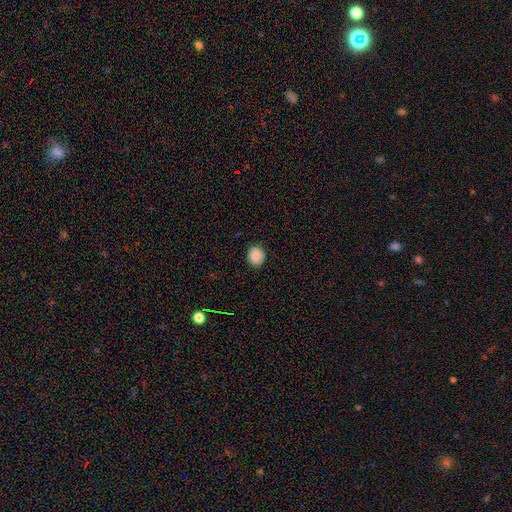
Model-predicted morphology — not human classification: Smooth or featured? Predicted: smooth (p=0.88). How rounded? Predicted: round (p=0.61). Merging? Predicted: none (p=0.87).